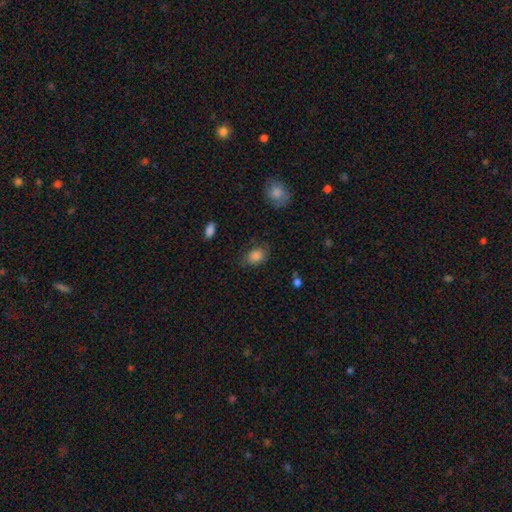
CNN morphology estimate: Overall: smooth (84%). How rounded: in between (71%). Merging: none (69%).